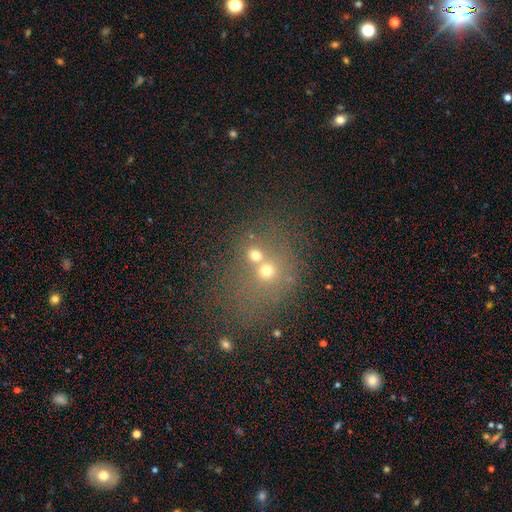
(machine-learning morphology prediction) Smooth or featured? Predicted: smooth (p=0.56). How rounded? Predicted: round (p=0.72). Merging? Predicted: merger (p=0.50).